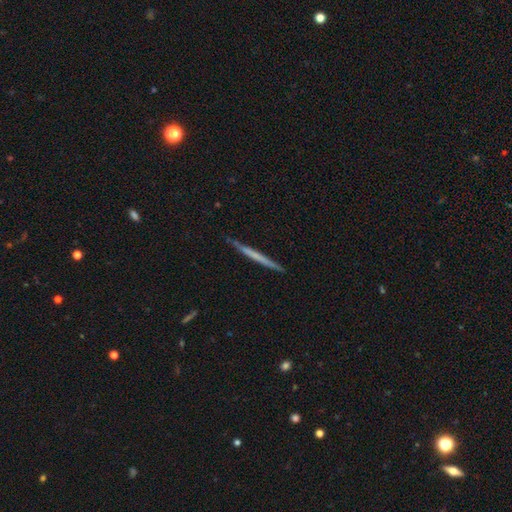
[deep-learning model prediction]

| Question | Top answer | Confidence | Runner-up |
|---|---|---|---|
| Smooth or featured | featured or disk | 51% | smooth (43%) |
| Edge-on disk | yes | 97% | no (3%) |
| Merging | none | 90% | minor disturbance (8%) |